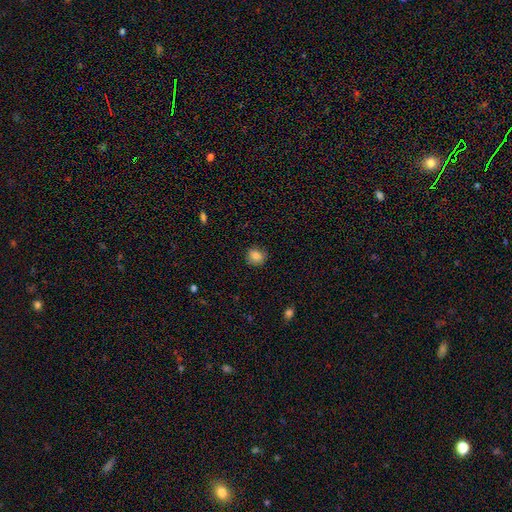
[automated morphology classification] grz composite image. It shows a smooth galaxy with no disk features (84%) that is round (81%). Merging: none (87%).